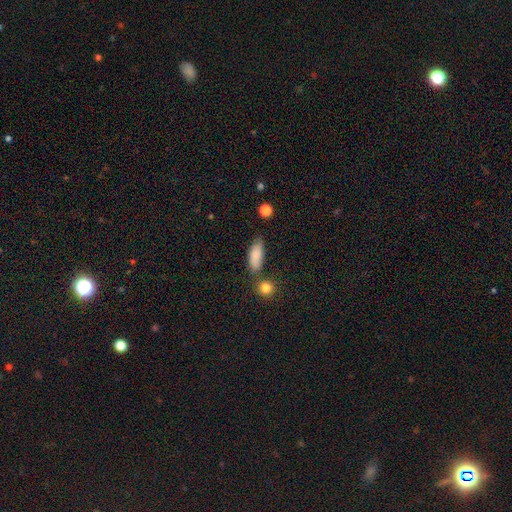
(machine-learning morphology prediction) smooth_or_featured: smooth (p=0.86) [alt: star or artifact p=0.07]
how_rounded: in between (p=0.79) [alt: cigar-shaped p=0.17]
merging: none (p=0.69) [alt: minor disturbance p=0.19]